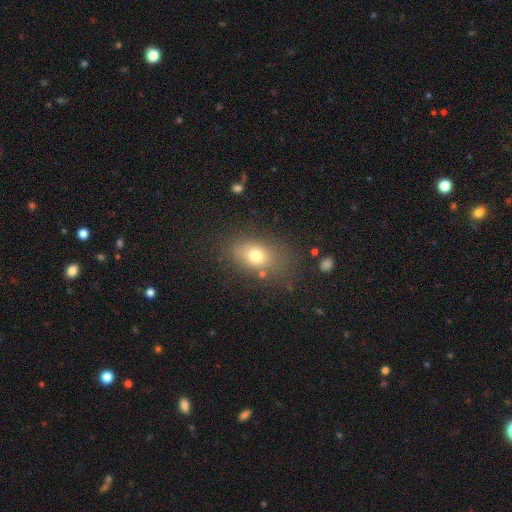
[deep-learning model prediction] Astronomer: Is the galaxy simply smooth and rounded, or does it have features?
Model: smooth — 75%.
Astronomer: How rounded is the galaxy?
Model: in between — 76%.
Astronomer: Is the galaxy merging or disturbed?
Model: none — 75%.